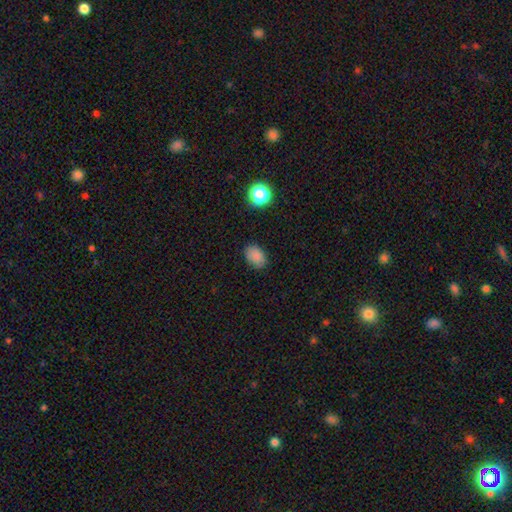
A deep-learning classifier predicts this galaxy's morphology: Smooth or featured? smooth (85%)
How rounded? in between (80%)
Merging? none (83%)